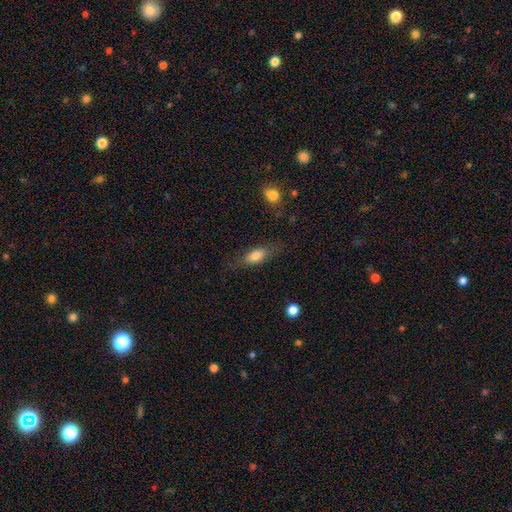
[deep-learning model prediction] Overall: smooth (76%). How rounded: in between (73%). Merging: none (72%).